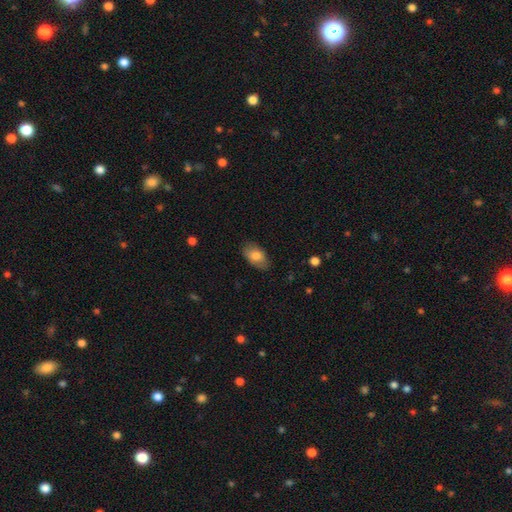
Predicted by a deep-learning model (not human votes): Q: Smooth or featured?
A: smooth (79%); runner-up: featured or disk (15%)
Q: How rounded?
A: in between (92%); runner-up: round (6%)
Q: Merging?
A: none (80%); runner-up: minor disturbance (15%)